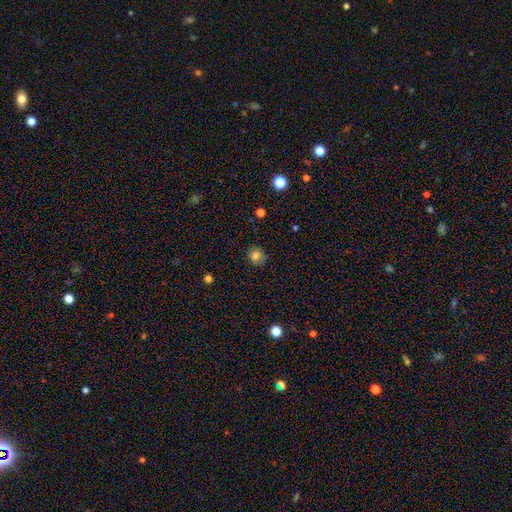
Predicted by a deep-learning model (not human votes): Morphology: type=smooth (78%); roundness=round (76%); merging=none (82%).